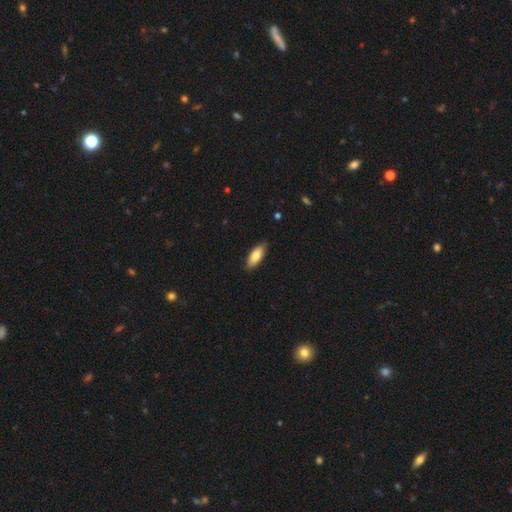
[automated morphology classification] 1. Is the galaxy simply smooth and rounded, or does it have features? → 82% smooth, 12% featured or disk, 6% star or artifact.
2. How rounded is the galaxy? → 74% in between, 24% cigar-shaped, 2% round.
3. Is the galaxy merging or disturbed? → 86% none, 11% minor disturbance, 2% major disturbance, 1% merger.